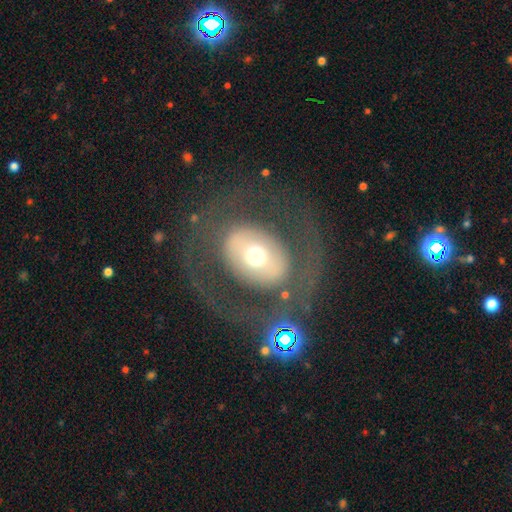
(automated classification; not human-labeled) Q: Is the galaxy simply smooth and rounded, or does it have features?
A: featured or disk — 48%.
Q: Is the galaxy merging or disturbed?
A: none — 71%.